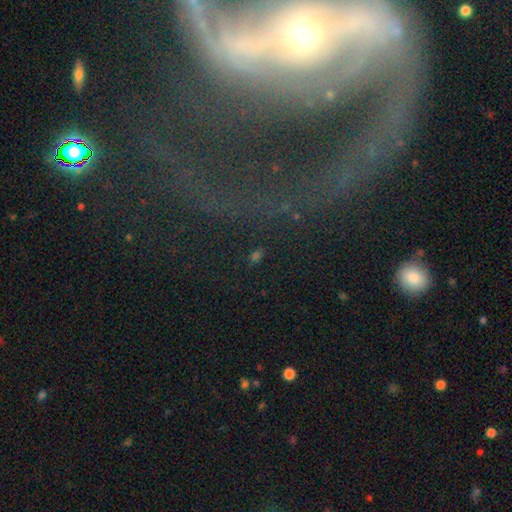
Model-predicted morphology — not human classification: Overall: star or artifact (47%; smooth 42%).